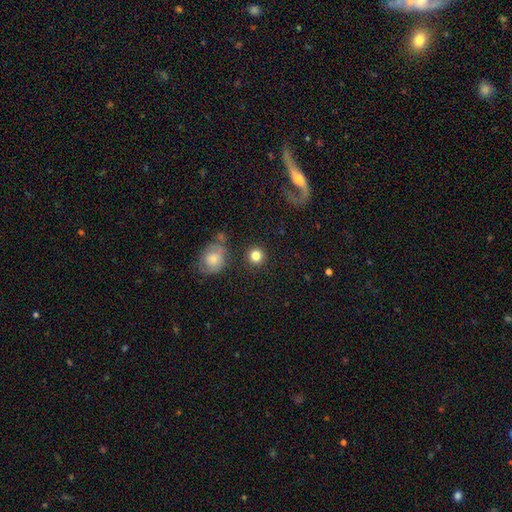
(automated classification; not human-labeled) A smooth galaxy with no disk features (83%) that is round (93%).

Vote fractions:
- Smooth or featured? smooth: 83% / star or artifact: 10% / featured or disk: 7%
- How rounded? round: 93% / in between: 6% / cigar-shaped: 1%
- Merging? none: 87% / minor disturbance: 7% / merger: 4% / major disturbance: 3%